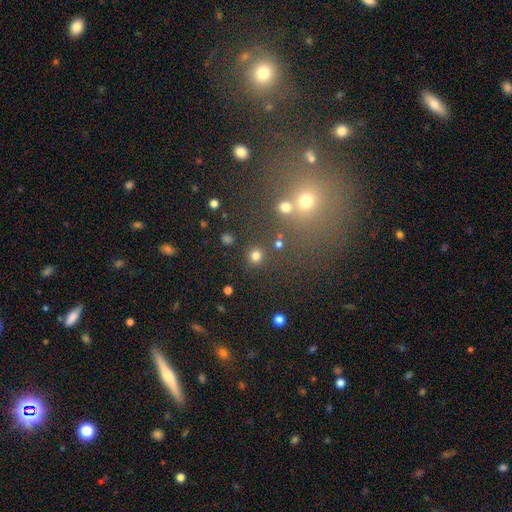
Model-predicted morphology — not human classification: This is likely a smooth galaxy (78%). How rounded: clearly round (91%). Merging: clearly none (86%).